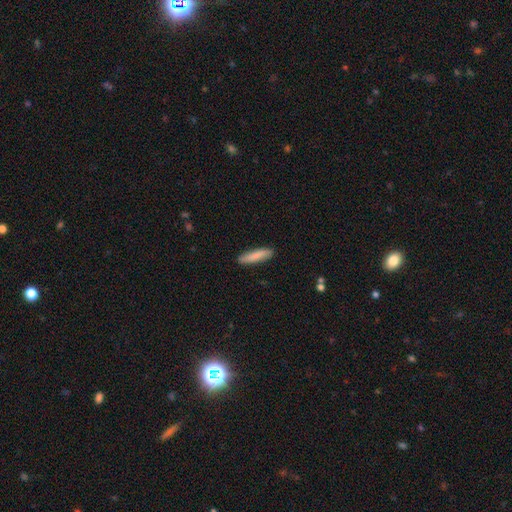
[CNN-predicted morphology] A smooth galaxy with no disk features (86%) that is cigar-shaped (81%). Merging: none (88%).